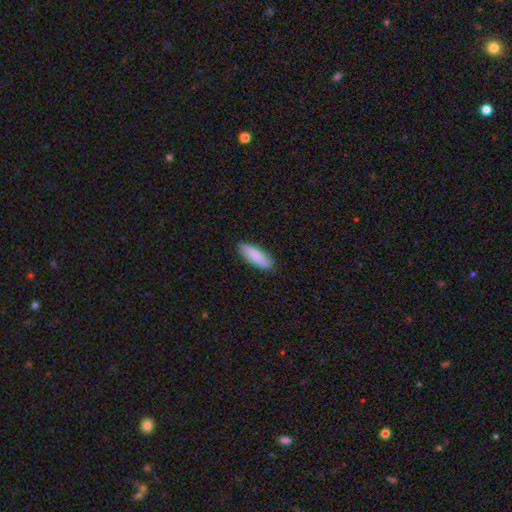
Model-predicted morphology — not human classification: type=smooth (86%); roundness=in between (54%); merging=none (87%).